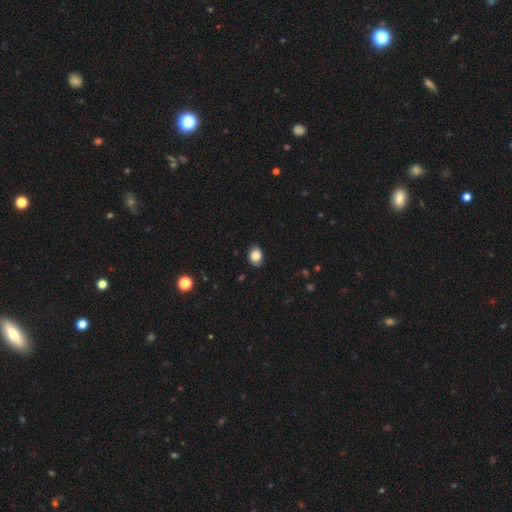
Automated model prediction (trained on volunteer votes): Smooth or featured?
  - smooth: 83% *
  - star or artifact: 9%
  - featured or disk: 8%
How rounded?
  - in between: 63% *
  - round: 36%
  - cigar-shaped: 1%
Merging?
  - none: 82% *
  - minor disturbance: 14%
  - major disturbance: 3%
  - merger: 1%